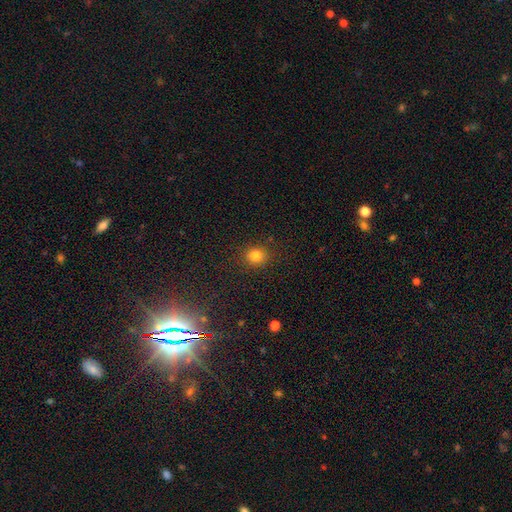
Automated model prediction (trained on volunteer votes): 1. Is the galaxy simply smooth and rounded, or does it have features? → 82% smooth, 13% star or artifact, 5% featured or disk.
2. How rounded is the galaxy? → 79% round, 20% in between, 1% cigar-shaped.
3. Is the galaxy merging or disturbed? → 87% none, 8% minor disturbance, 3% major disturbance, 2% merger.